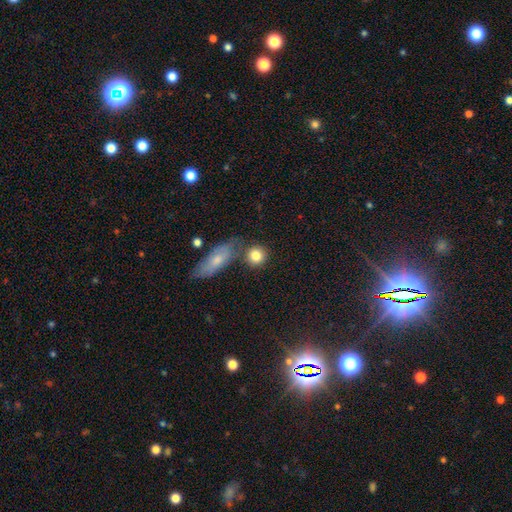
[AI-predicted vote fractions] Smooth or featured: smooth — 82% (featured or disk — 10%)
How rounded: round — 84% (in between — 13%)
Merging: none — 69% (merger — 15%)